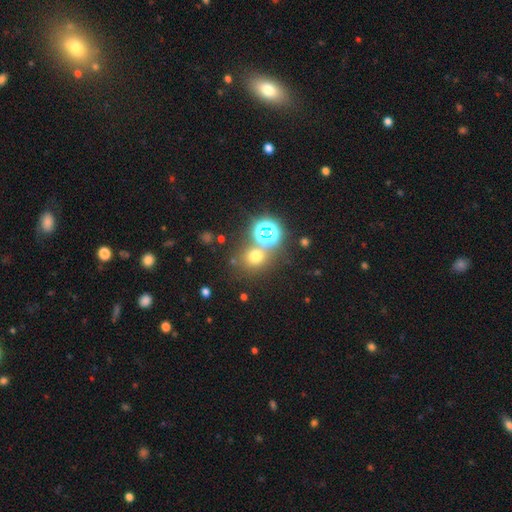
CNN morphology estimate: The model was most divided on "smooth or featured": smooth: 58%, star or artifact: 33%, featured or disk: 8%. More confident: how rounded — round (83%); merging — none (71%).